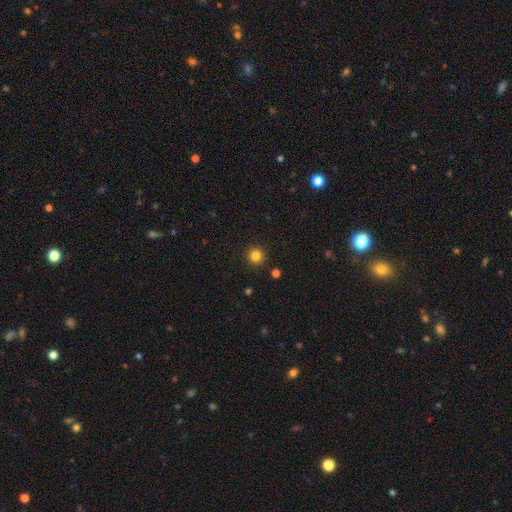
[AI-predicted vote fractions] smooth 82%, star or artifact 13%, featured or disk 5%. Down the decision tree: how rounded — round (95%); merging — none (92%).